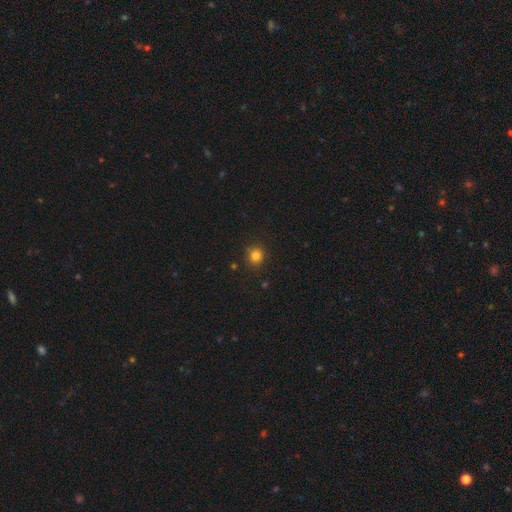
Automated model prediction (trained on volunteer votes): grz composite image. It shows a smooth galaxy with no disk features (81%) that is round (89%). Merging: none (87%).